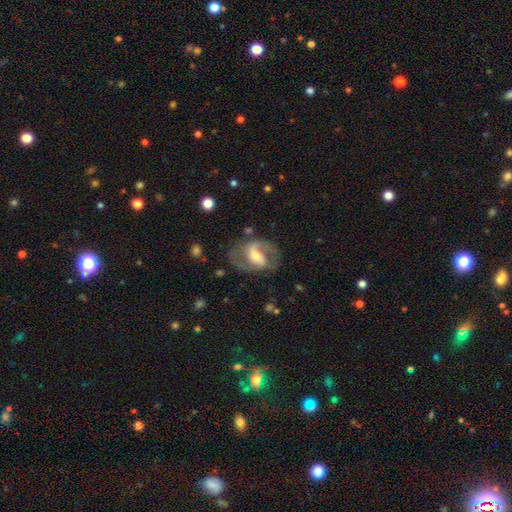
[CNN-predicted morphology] smooth-or-featured: featured or disk: 84% | smooth: 10% | star or artifact: 5%
  disk-edge-on: no: 97% | yes: 3%
    bar: weak: 42% | strong: 41% | no: 17%
    has-spiral-arms: yes: 94% | no: 6%
      spiral-winding: medium: 57% | loose: 24% | tight: 19%
      spiral-arm-count: 2: 90% | can't tell: 4% | 1: 3% | 3: 2% | 4: 1% | more than 4: 1%
    bulge-size: moderate: 46% | small: 37% | large: 10% | none: 4% | dominant: 2%
  merging: none: 74% | minor disturbance: 15% | major disturbance: 9% | merger: 2%